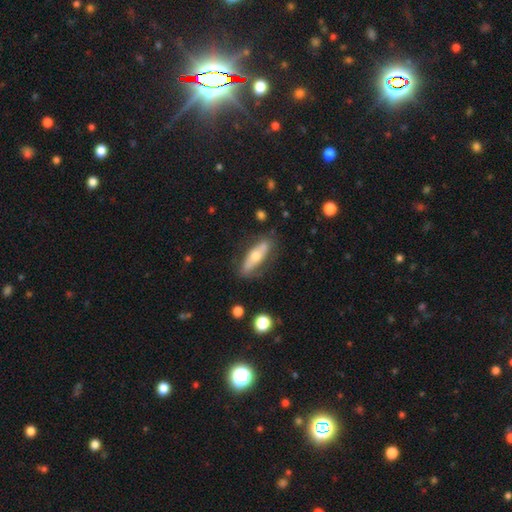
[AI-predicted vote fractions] smooth 47%, featured or disk 46%, star or artifact 6%. Down the decision tree: merging — none (75%).